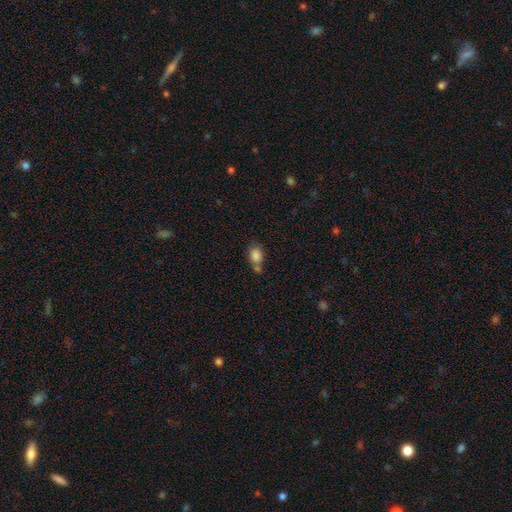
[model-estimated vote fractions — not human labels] A smooth galaxy with no disk features (83%) that is in between round and cigar-shaped (65%).

Vote fractions:
- Smooth or featured? smooth: 83% / star or artifact: 10% / featured or disk: 8%
- How rounded? in between: 65% / round: 34% / cigar-shaped: 2%
- Merging? none: 43% / merger: 34% / minor disturbance: 17% / major disturbance: 6%